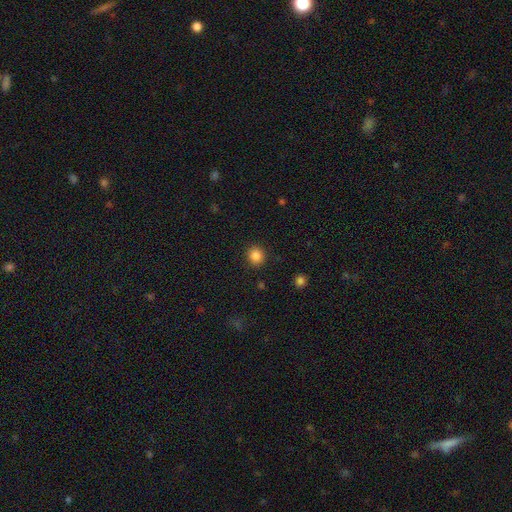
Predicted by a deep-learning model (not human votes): smooth-or-featured: smooth: 86% | star or artifact: 11% | featured or disk: 3%
  how-rounded: round: 86% | in between: 13% | cigar-shaped: 1%
  merging: none: 90% | minor disturbance: 6% | major disturbance: 2% | merger: 1%